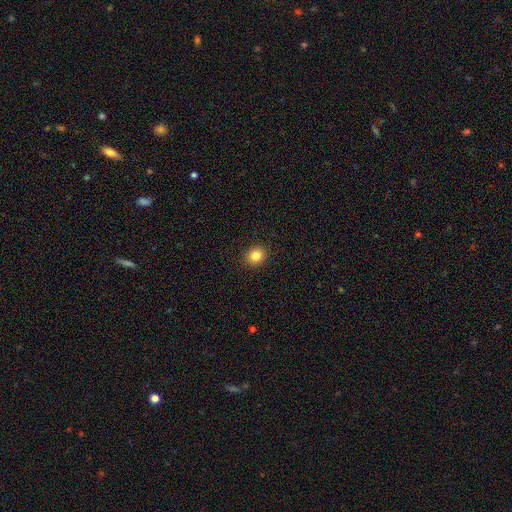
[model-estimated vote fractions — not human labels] Overall: smooth (84%). How rounded: round (84%). Merging: none (92%).